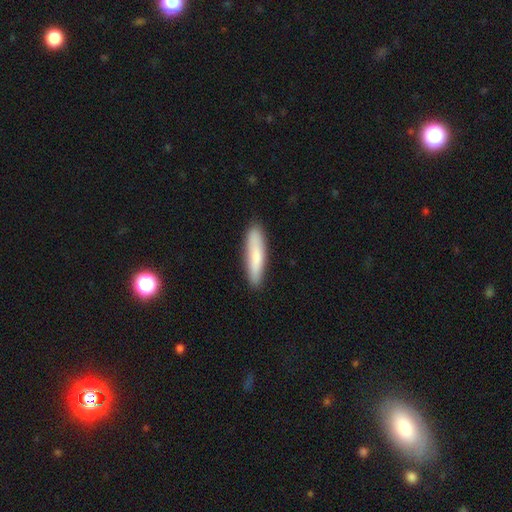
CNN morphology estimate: The model was most divided on "smooth or featured": smooth: 78%, featured or disk: 17%, star or artifact: 6%. More confident: merging — none (88%); how rounded — cigar-shaped (83%).